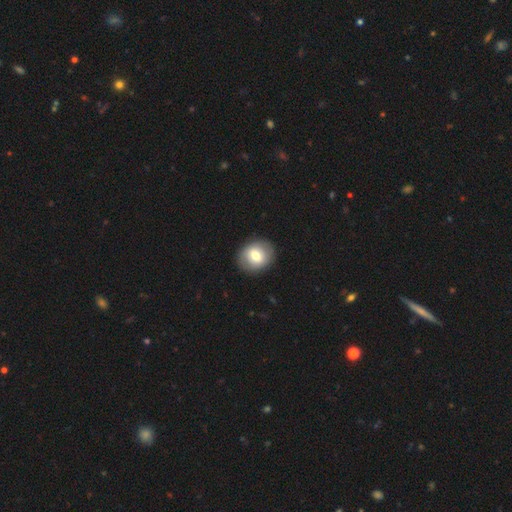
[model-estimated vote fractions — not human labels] Smooth or featured?
  - smooth: 68% *
  - featured or disk: 24%
  - star or artifact: 7%
How rounded?
  - round: 65% *
  - in between: 34%
  - cigar-shaped: 1%
Merging?
  - none: 89% *
  - minor disturbance: 8%
  - major disturbance: 2%
  - merger: 1%